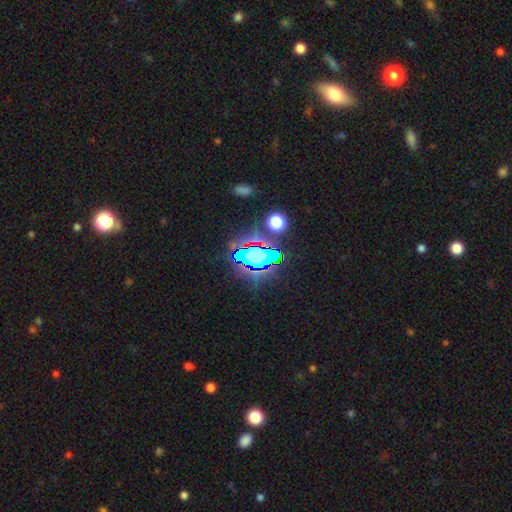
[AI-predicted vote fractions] smooth_or_featured: star or artifact (p=0.54) [alt: smooth p=0.28]